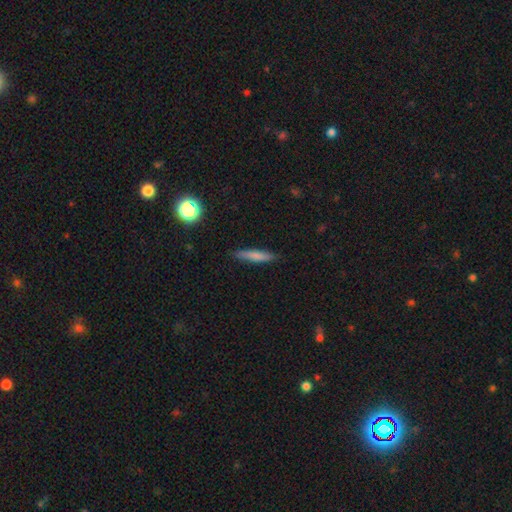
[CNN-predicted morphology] Smooth or featured? smooth (75%)
How rounded? cigar-shaped (87%)
Merging? none (86%)